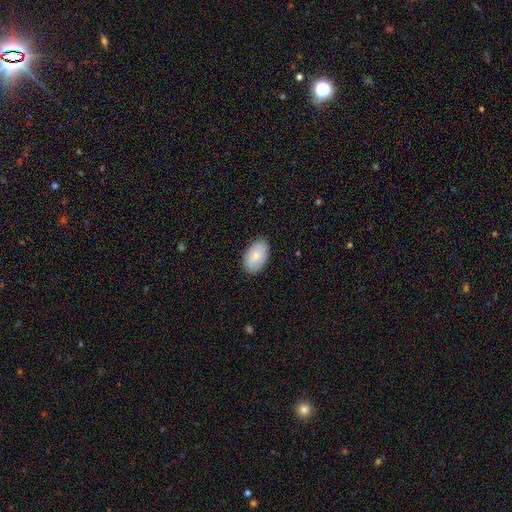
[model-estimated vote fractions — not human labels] Q: Smooth or featured?
A: smooth (78%); runner-up: featured or disk (16%)
Q: How rounded?
A: in between (93%); runner-up: round (5%)
Q: Merging?
A: none (84%); runner-up: minor disturbance (13%)